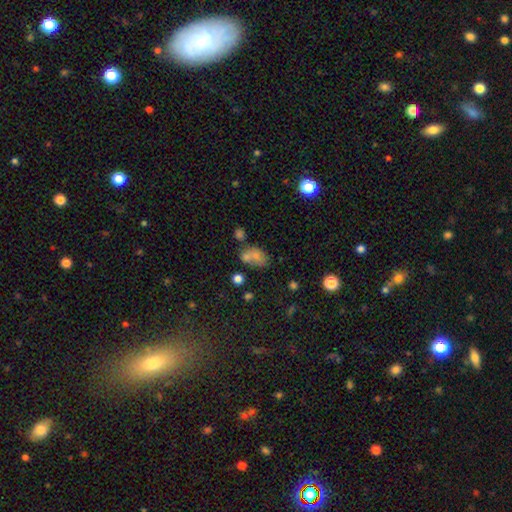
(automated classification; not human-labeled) Smooth or featured? Predicted: smooth (p=0.60). How rounded? Predicted: in between (p=0.71). Merging? Predicted: none (p=0.38).